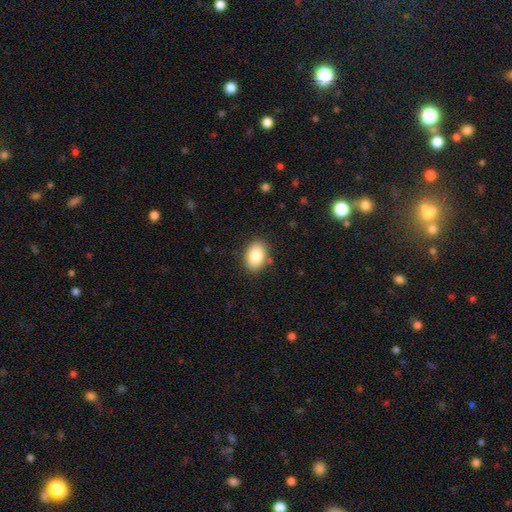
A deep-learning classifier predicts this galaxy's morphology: A smooth galaxy with no disk features (84%) that is in between round and cigar-shaped (83%). Merging: none (86%).